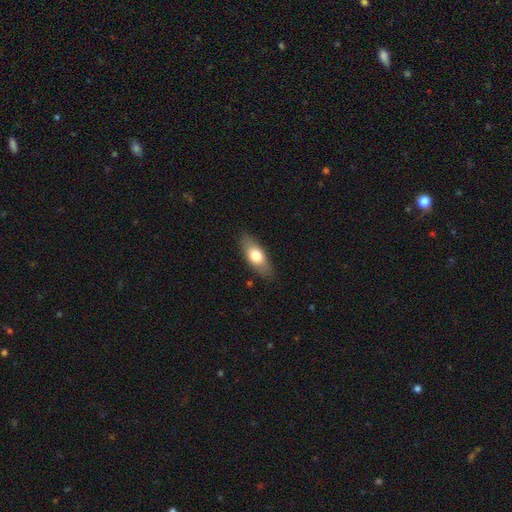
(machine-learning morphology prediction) Smooth or featured: smooth — 70% (featured or disk — 24%)
How rounded: in between — 78% (cigar-shaped — 19%)
Merging: none — 86% (minor disturbance — 11%)